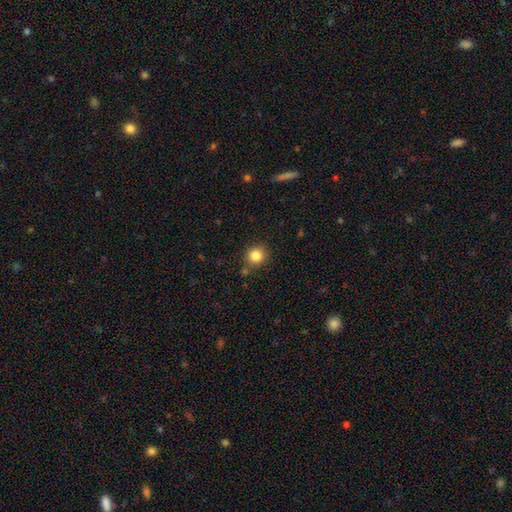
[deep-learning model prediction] Smooth or featured: smooth — 84% (star or artifact — 11%)
How rounded: round — 90% (in between — 9%)
Merging: none — 82% (minor disturbance — 10%)